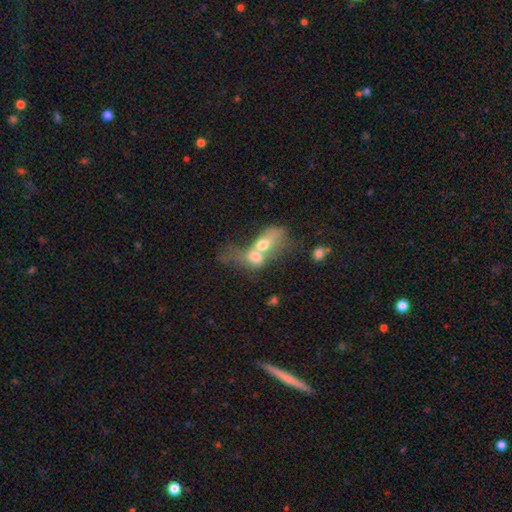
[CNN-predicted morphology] smooth 53%, featured or disk 36%, star or artifact 11%. Down the decision tree: how rounded — in between (61%); merging — merger (81%).